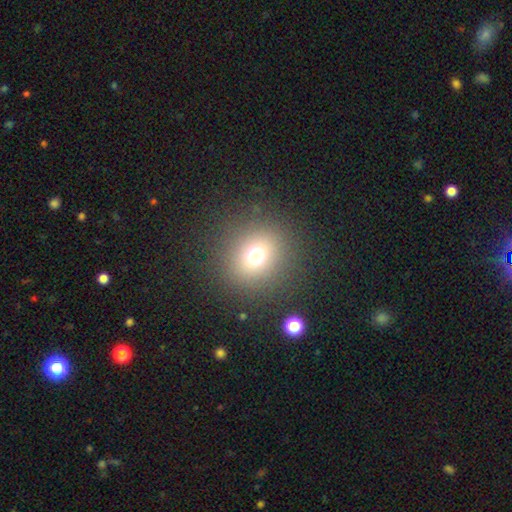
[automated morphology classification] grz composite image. It shows a smooth galaxy with no disk features (69%) that is round (87%). Merging: none (87%).